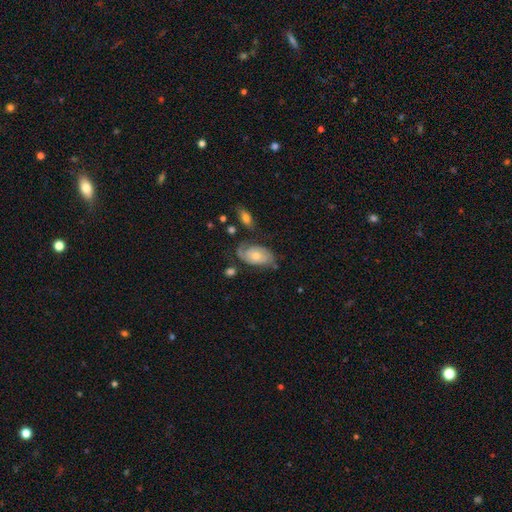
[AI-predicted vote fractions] This is likely a featured or disk galaxy (66%). It is clearly not viewed edge-on (94%). Bar: likely no (78%). Spiral arm pattern: clearly yes (86%). Spiral arm count: possibly 2 (51%). Spiral winding: possibly tight (56%). Central bulge: possibly moderate (56%). Merging: possibly none (56%).